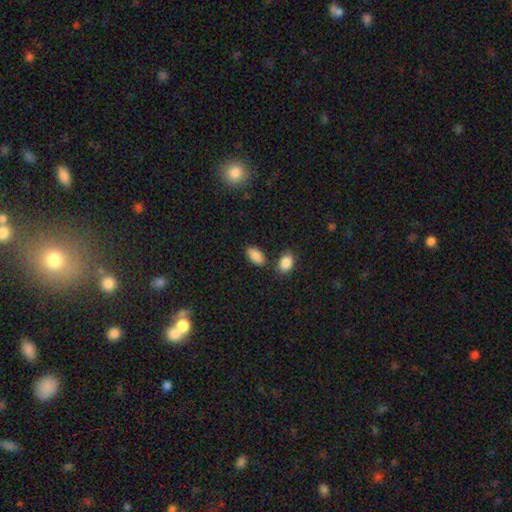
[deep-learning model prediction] A smooth galaxy with no disk features (88%) that is in between round and cigar-shaped (93%). Merging: none (77%).